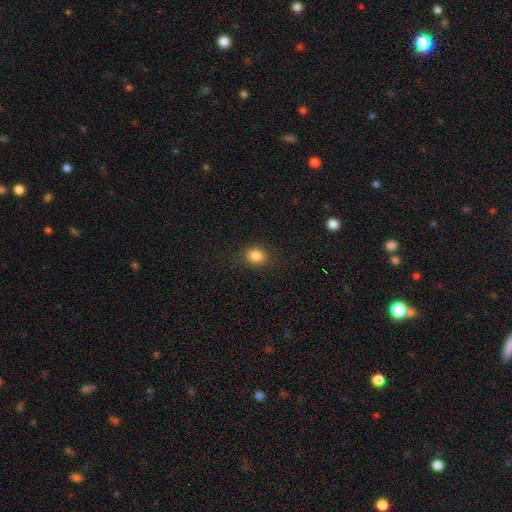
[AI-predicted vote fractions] The model was most divided on "how rounded": round: 67%, in between: 32%, cigar-shaped: 1%. More confident: merging — none (86%); smooth or featured — smooth (85%).